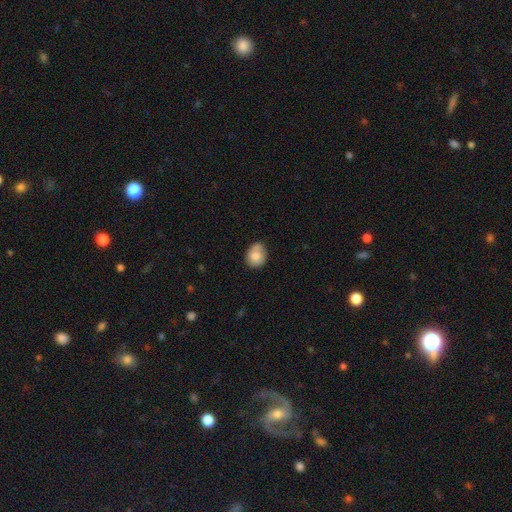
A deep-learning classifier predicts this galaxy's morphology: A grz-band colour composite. It shows a smooth galaxy with no disk features (78%) that is round (57%). Merging: none (58%).